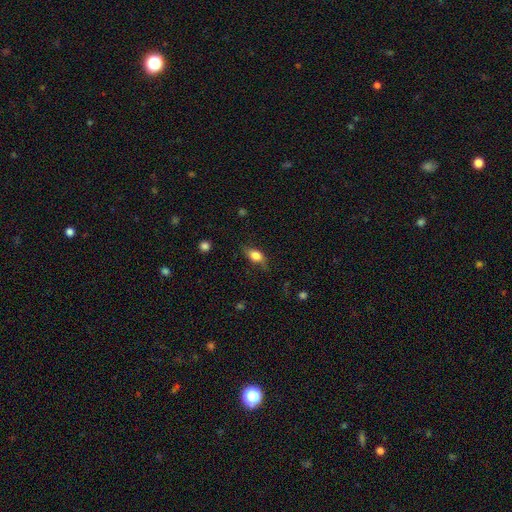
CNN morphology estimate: This appears to be a smooth galaxy with no disk features (77%) that is in between round and cigar-shaped (80%). Merging: none (69%).